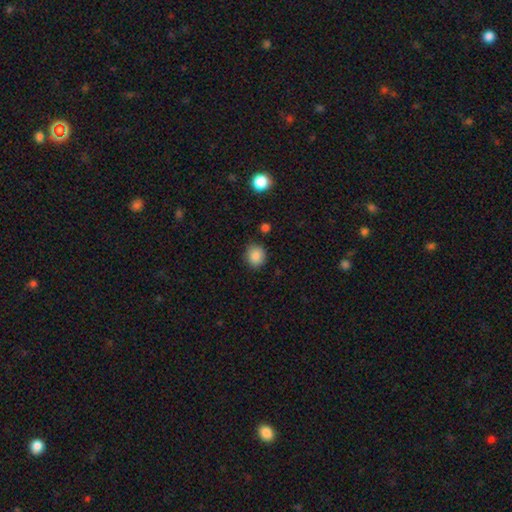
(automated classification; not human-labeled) A smooth galaxy with no disk features (87%) that is round (80%).

Vote fractions:
- Smooth or featured? smooth: 87% / star or artifact: 10% / featured or disk: 3%
- How rounded? round: 80% / in between: 19% / cigar-shaped: 1%
- Merging? none: 84% / minor disturbance: 11% / major disturbance: 3% / merger: 2%